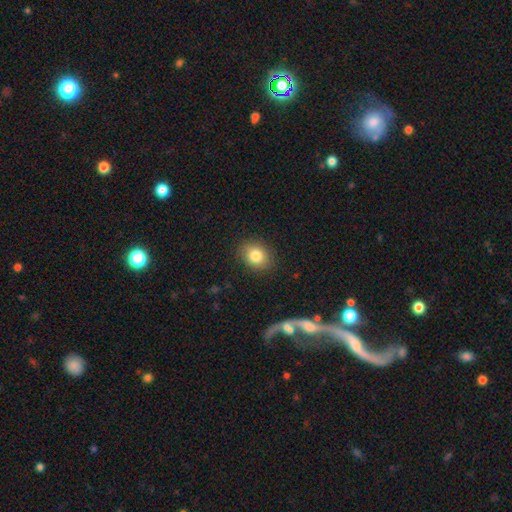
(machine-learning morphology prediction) This appears to be a smooth galaxy with no disk features (83%) that is round (50%). Merging: none (88%).